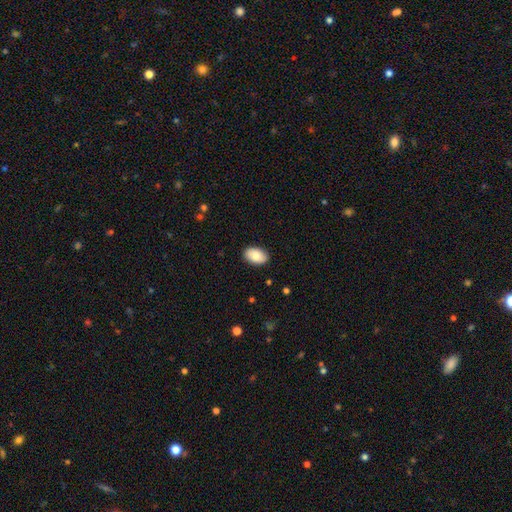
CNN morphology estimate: smooth 85%, featured or disk 9%, star or artifact 6%. Down the decision tree: how rounded — in between (92%); merging — none (88%).